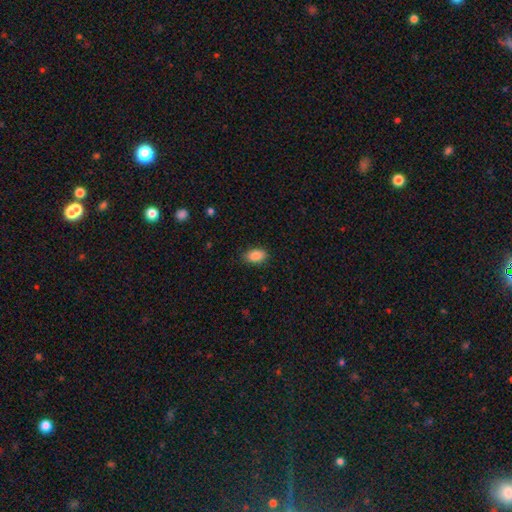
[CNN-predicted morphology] smooth 87%, star or artifact 8%, featured or disk 5%. Down the decision tree: how rounded — in between (90%); merging — none (84%).